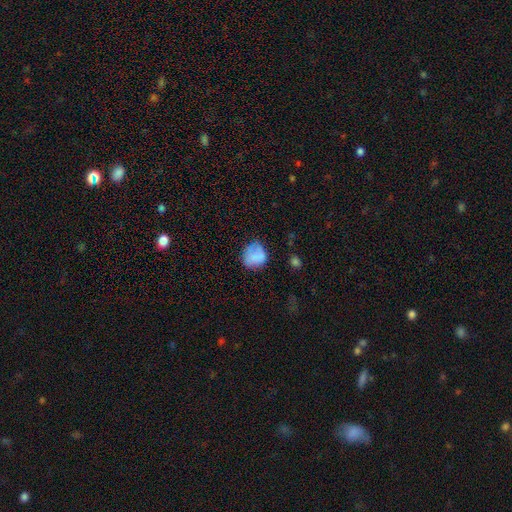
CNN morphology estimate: type=smooth (81%); roundness=round (77%); merging=none (61%).